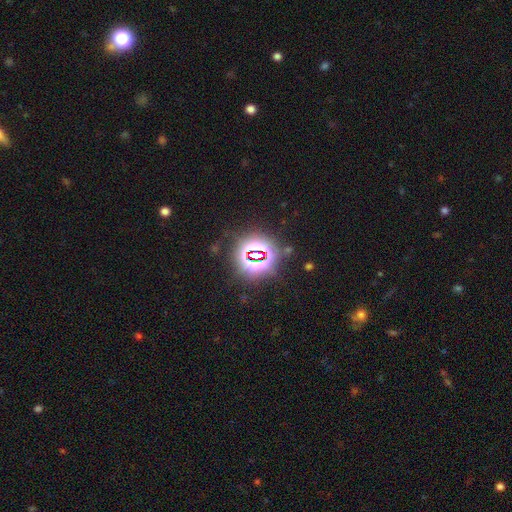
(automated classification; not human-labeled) This appears to be a star or artifact, not a galaxy (78%).